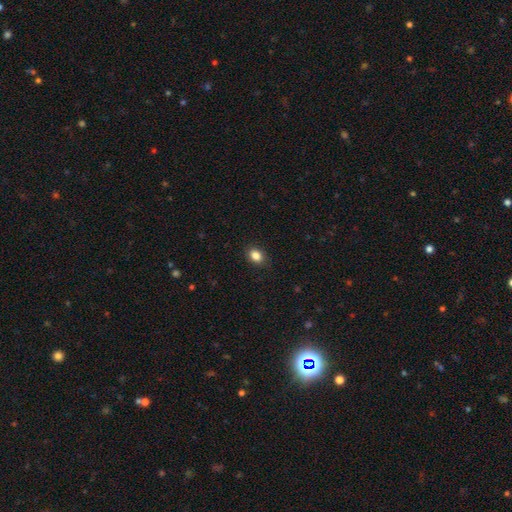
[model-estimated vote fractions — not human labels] Smooth or featured?
  - smooth: 85% *
  - star or artifact: 10%
  - featured or disk: 5%
How rounded?
  - in between: 58% *
  - round: 41%
  - cigar-shaped: 1%
Merging?
  - none: 88% *
  - minor disturbance: 9%
  - major disturbance: 2%
  - merger: 1%